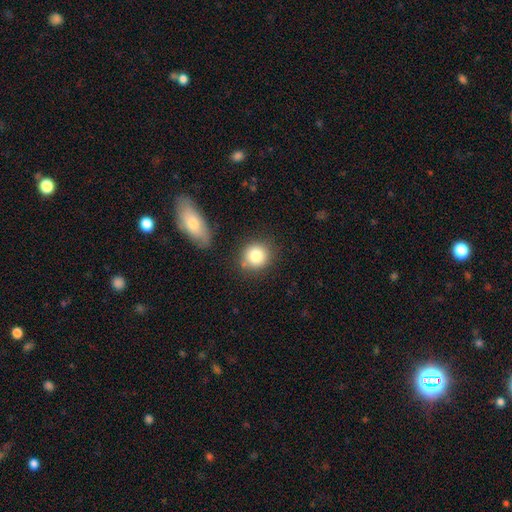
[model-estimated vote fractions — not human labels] Morphology: type=smooth (82%); roundness=round (85%); merging=none (77%).